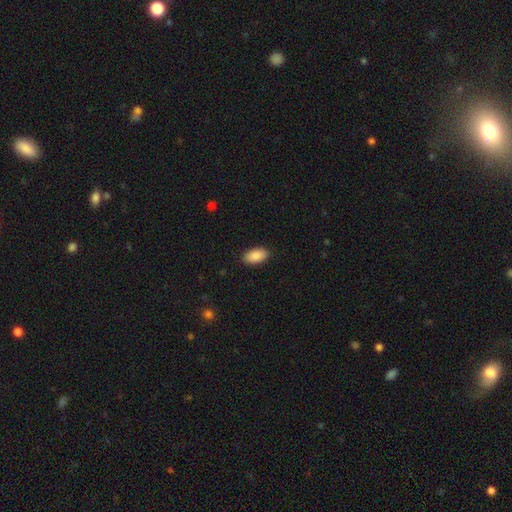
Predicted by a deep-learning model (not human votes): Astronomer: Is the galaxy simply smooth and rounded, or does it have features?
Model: smooth — 90%.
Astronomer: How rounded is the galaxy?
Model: in between — 95%.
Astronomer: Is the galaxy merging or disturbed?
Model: none — 89%.